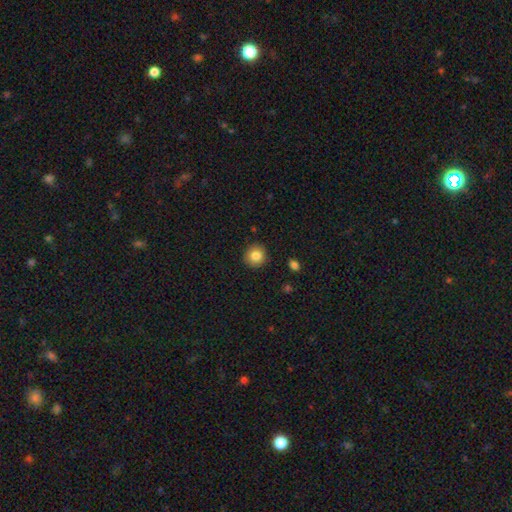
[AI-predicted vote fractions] The model was most divided on "smooth or featured": smooth: 84%, star or artifact: 9%, featured or disk: 6%. More confident: how rounded — round (90%); merging — none (90%).